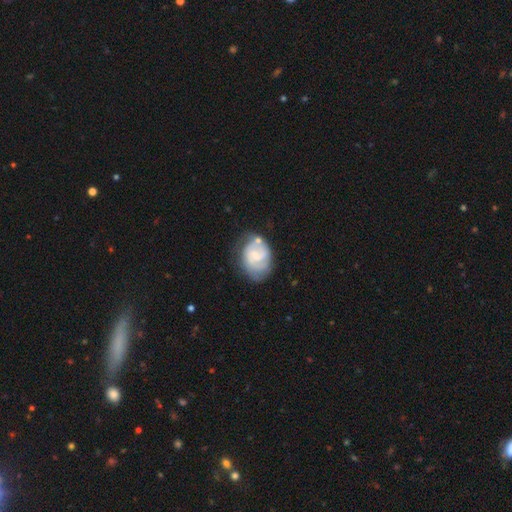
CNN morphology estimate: smooth_or_featured: featured or disk (p=0.66) [alt: smooth p=0.27]
disk_edge_on: no (p=0.98) [alt: yes p=0.02]
bar: weak (p=0.51) [alt: no p=0.38]
has_spiral_arms: yes (p=0.83) [alt: no p=0.17]
spiral_winding: tight (p=0.47) [alt: medium p=0.38]
spiral_arm_count: 2 (p=0.47) [alt: can't tell p=0.30]
bulge_size: small (p=0.43) [alt: none p=0.31]
merging: none (p=0.53) [alt: minor disturbance p=0.27]